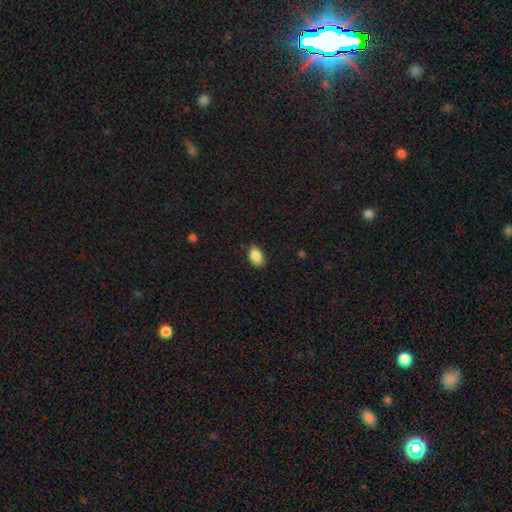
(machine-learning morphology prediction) This appears to be a smooth galaxy with no disk features (89%) that is in between round and cigar-shaped (91%). Merging: none (82%).